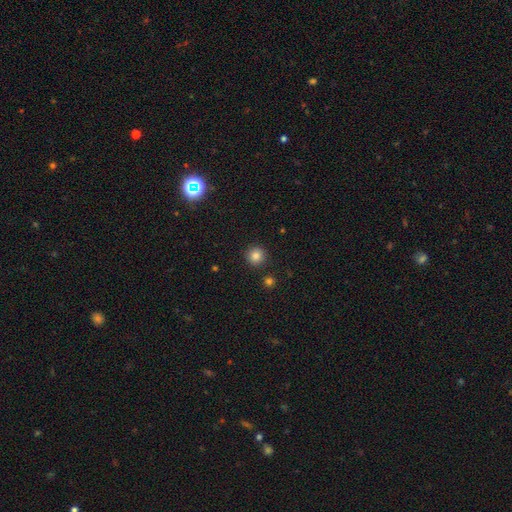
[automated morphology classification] Smooth or featured? Predicted: smooth (p=0.84). How rounded? Predicted: round (p=0.94). Merging? Predicted: none (p=0.90).